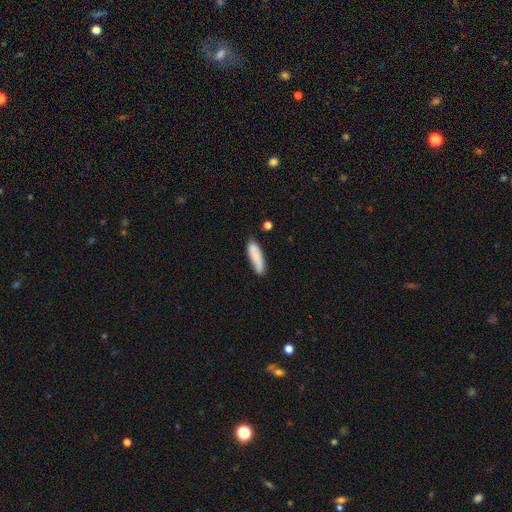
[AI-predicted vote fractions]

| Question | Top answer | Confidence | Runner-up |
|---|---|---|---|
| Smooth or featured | smooth | 81% | featured or disk (12%) |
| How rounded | cigar-shaped | 65% | in between (34%) |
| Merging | none | 75% | minor disturbance (18%) |